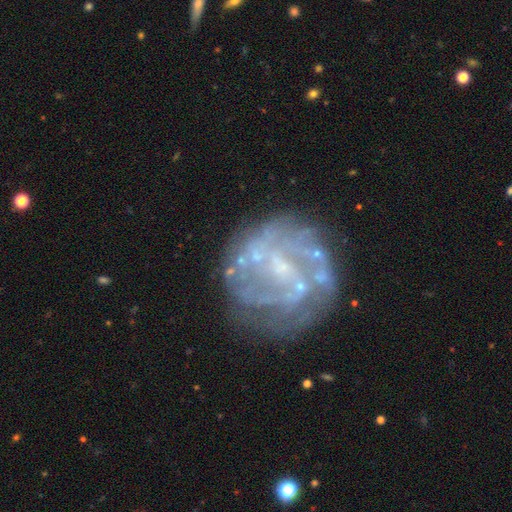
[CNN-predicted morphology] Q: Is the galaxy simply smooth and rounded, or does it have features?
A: featured or disk — 76%.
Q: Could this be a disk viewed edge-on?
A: no — 98%.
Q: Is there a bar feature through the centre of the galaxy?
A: no — 52%.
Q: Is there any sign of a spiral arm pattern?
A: yes — 68%.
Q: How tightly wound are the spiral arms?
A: tight — 44%.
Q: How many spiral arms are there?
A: can't tell — 44%.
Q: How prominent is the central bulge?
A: small — 44%.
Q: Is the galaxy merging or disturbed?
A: none — 57%.